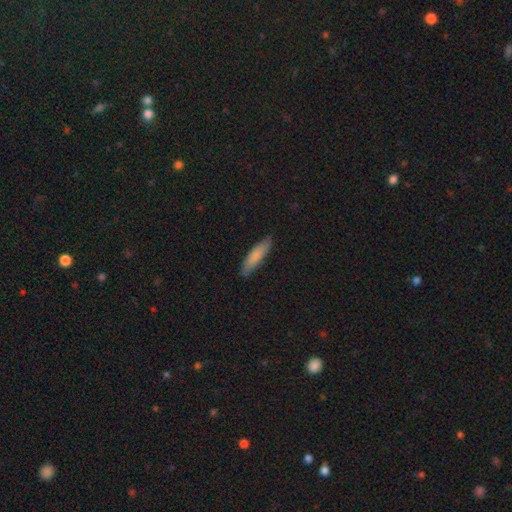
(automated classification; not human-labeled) Smooth or featured? Predicted: smooth (p=0.80). How rounded? Predicted: cigar-shaped (p=0.77). Merging? Predicted: none (p=0.87).